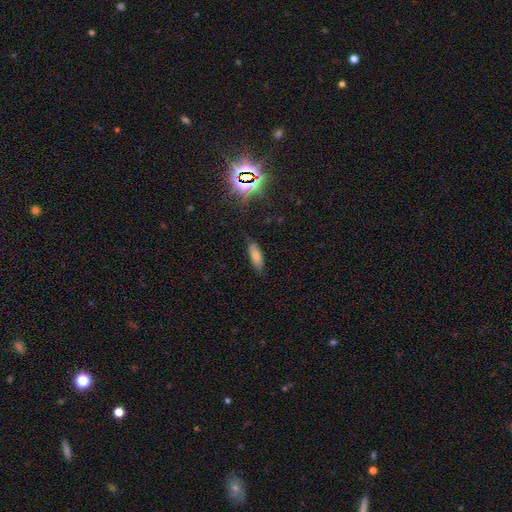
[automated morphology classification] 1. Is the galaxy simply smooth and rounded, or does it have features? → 71% smooth, 17% featured or disk, 12% star or artifact.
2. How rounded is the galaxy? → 67% in between, 30% cigar-shaped, 3% round.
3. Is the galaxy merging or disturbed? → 81% none, 15% minor disturbance, 3% major disturbance, 1% merger.